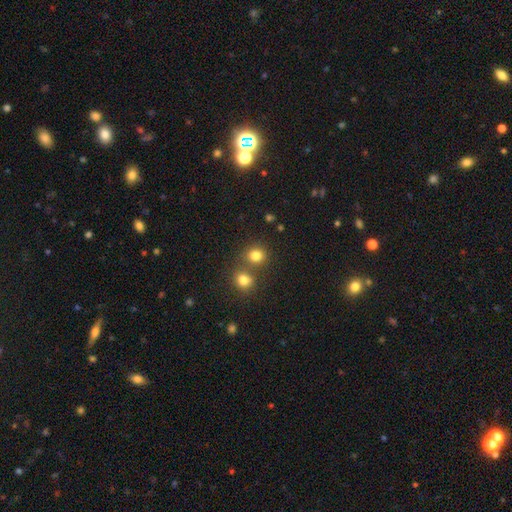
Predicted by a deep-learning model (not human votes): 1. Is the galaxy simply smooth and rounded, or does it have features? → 80% smooth, 14% star or artifact, 6% featured or disk.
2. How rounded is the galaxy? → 82% round, 17% in between, 1% cigar-shaped.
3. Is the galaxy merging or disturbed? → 62% none, 28% merger, 7% minor disturbance, 3% major disturbance.